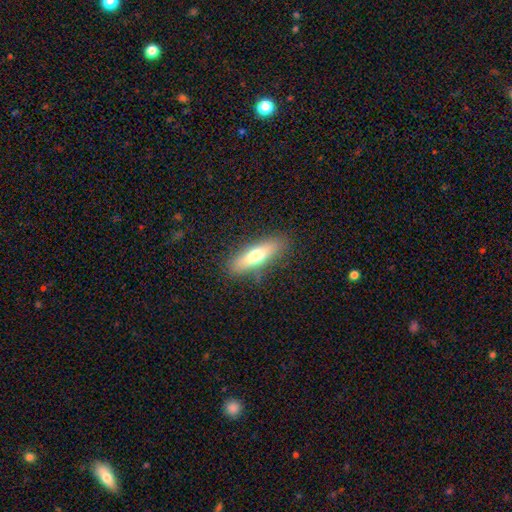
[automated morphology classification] Smooth or featured?
  - smooth: 64% *
  - featured or disk: 29%
  - star or artifact: 7%
How rounded?
  - cigar-shaped: 57% *
  - in between: 40%
  - round: 3%
Merging?
  - none: 85% *
  - minor disturbance: 11%
  - major disturbance: 3%
  - merger: 1%